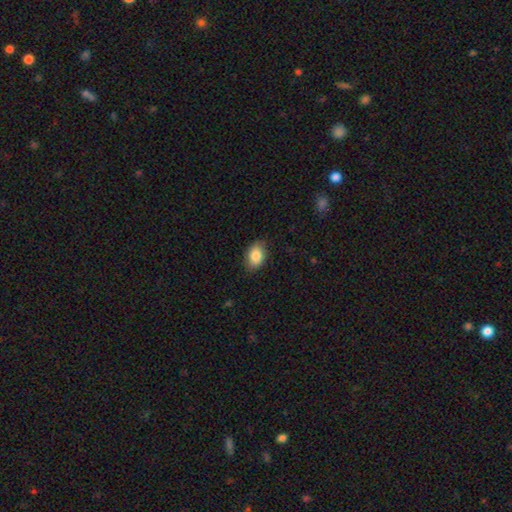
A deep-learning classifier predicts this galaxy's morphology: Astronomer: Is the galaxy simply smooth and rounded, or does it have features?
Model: smooth — 85%.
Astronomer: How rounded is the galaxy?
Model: in between — 85%.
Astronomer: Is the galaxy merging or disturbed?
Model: none — 83%.